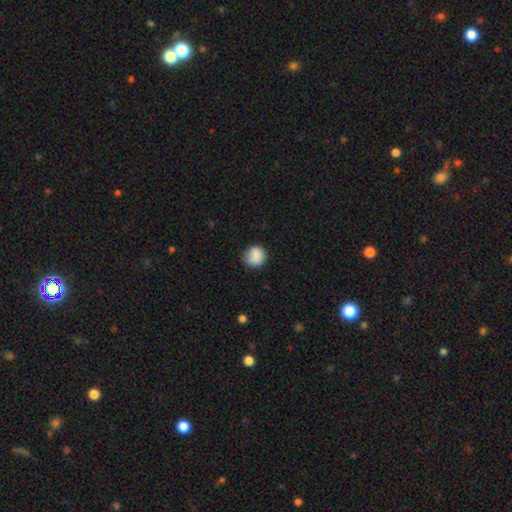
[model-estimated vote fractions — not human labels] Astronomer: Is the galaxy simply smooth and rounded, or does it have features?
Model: smooth — 87%.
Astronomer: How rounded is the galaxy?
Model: round — 88%.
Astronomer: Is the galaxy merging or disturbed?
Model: none — 79%.